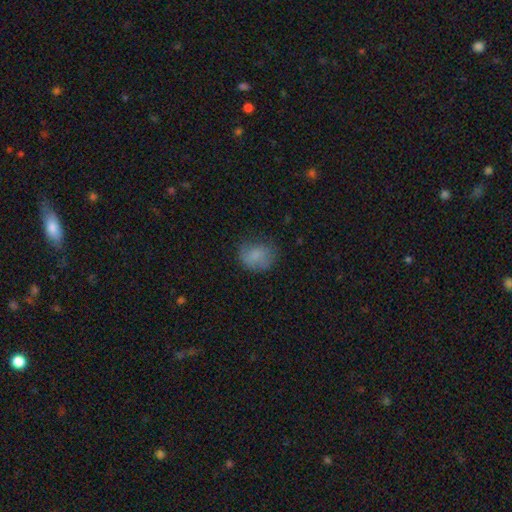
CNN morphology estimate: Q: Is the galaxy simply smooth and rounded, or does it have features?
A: smooth — 77%.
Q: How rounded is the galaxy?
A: round — 56%.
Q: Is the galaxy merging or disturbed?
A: none — 62%.